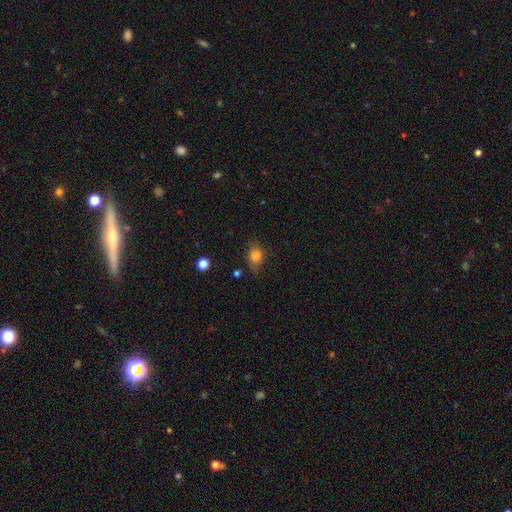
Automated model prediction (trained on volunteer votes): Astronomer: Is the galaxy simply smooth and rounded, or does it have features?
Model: smooth — 79%.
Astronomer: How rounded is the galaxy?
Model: in between — 64%.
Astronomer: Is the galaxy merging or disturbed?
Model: none — 66%.